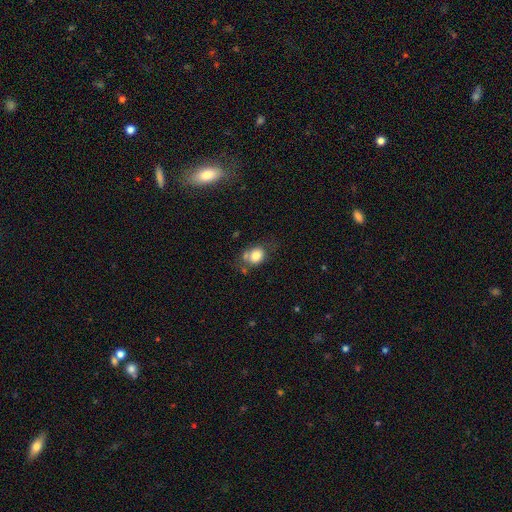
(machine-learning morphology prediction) Overall: smooth (77%). How rounded: round (51%; in between 48%). Merging: none (51%; minor disturbance 22%).